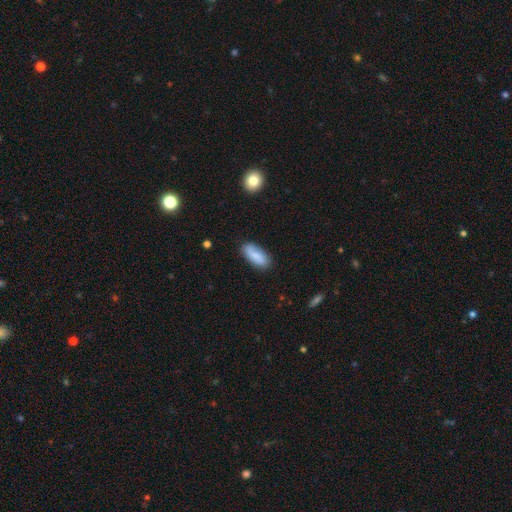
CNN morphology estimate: This appears to be a smooth galaxy with no disk features (79%) that is in between round and cigar-shaped (84%). Merging: none (80%).